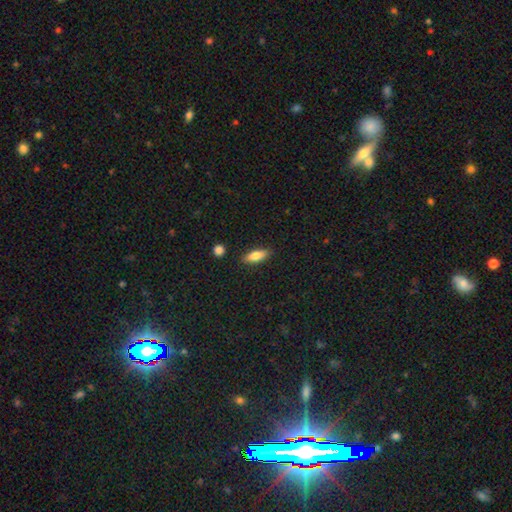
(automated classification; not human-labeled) Smooth or featured?
  - smooth: 79% *
  - featured or disk: 14%
  - star or artifact: 7%
How rounded?
  - in between: 71% *
  - cigar-shaped: 27%
  - round: 3%
Merging?
  - none: 87% *
  - minor disturbance: 9%
  - major disturbance: 2%
  - merger: 2%